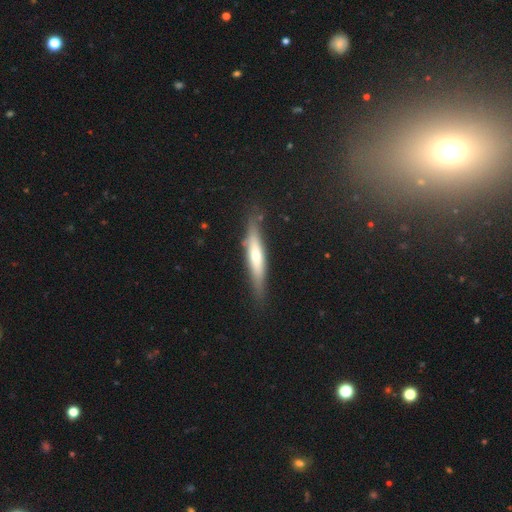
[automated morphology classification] Smooth or featured?
  - smooth: 49% *
  - featured or disk: 45%
  - star or artifact: 6%
Merging?
  - none: 81% *
  - minor disturbance: 14%
  - major disturbance: 3%
  - merger: 2%